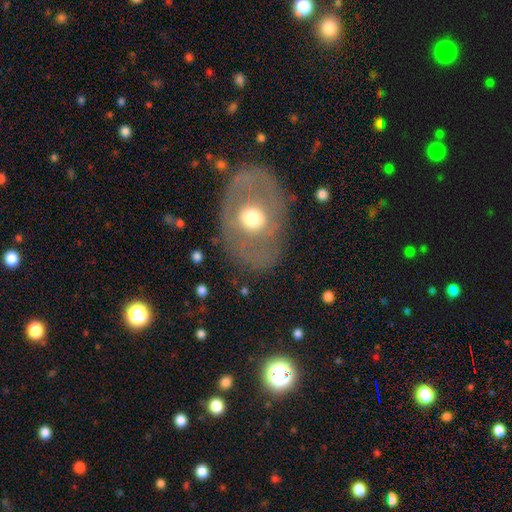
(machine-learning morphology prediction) Smooth or featured: featured or disk — 58% (smooth — 34%)
Edge-on disk: no — 93% (yes — 7%)
Bar: no — 79% (weak — 15%)
Spiral arms: no — 71% (yes — 29%)
Bulge size: moderate — 71% (large — 18%)
Merging: none — 78% (minor disturbance — 14%)